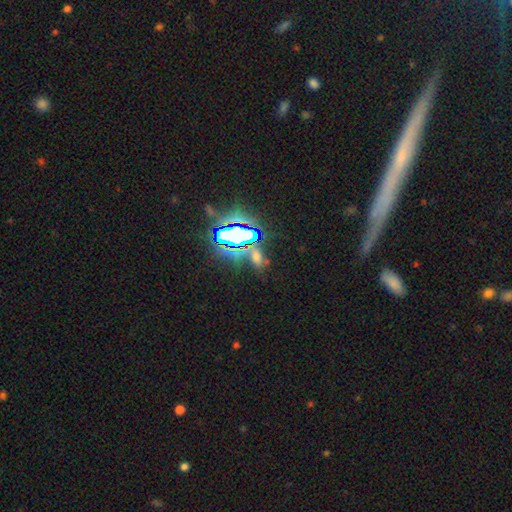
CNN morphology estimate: Smooth or featured: star or artifact — 61% (smooth — 27%)